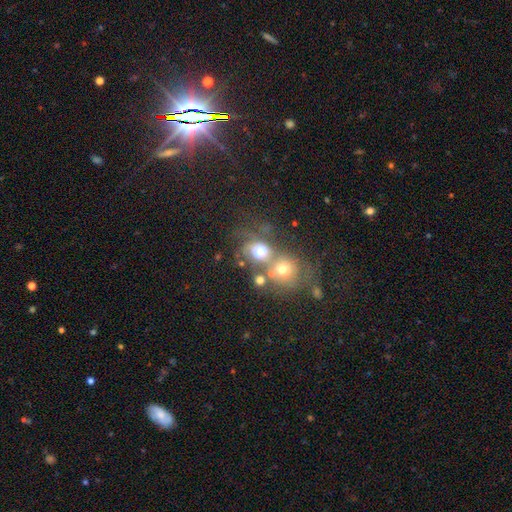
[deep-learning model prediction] smooth-or-featured: smooth: 56% | featured or disk: 26% | star or artifact: 19%
  how-rounded: round: 69% | in between: 30% | cigar-shaped: 1%
  merging: merger: 47% | none: 30% | major disturbance: 12% | minor disturbance: 10%